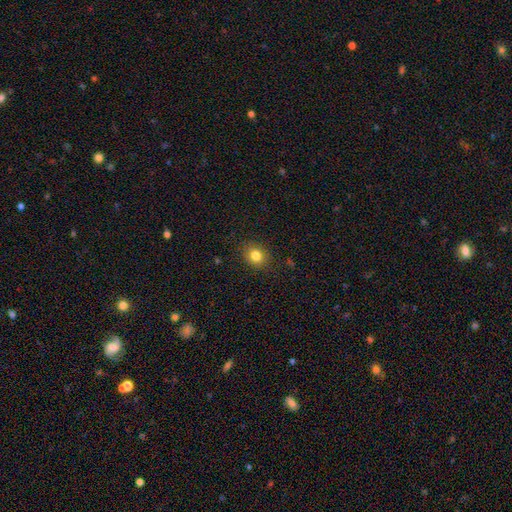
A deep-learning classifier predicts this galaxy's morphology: Smooth or featured: smooth — 82% (star or artifact — 12%)
How rounded: round — 64% (in between — 35%)
Merging: none — 88% (minor disturbance — 9%)